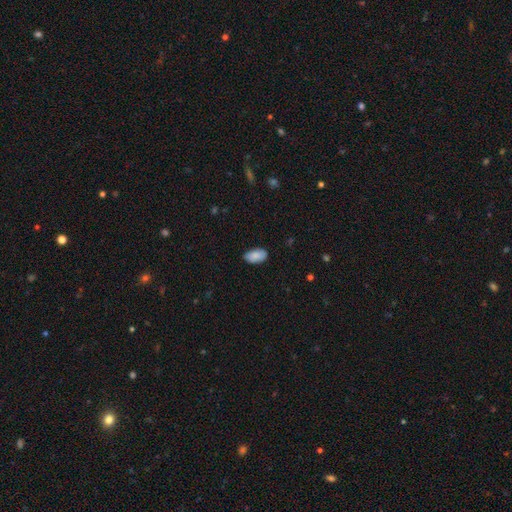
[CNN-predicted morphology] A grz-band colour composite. It shows a smooth galaxy with no disk features (85%) that is in between round and cigar-shaped (95%). Merging: none (81%).